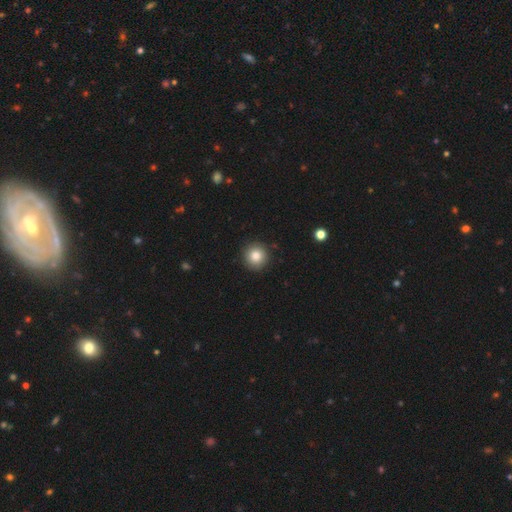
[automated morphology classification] smooth 84%, star or artifact 9%, featured or disk 7%. Down the decision tree: how rounded — round (94%); merging — none (90%).